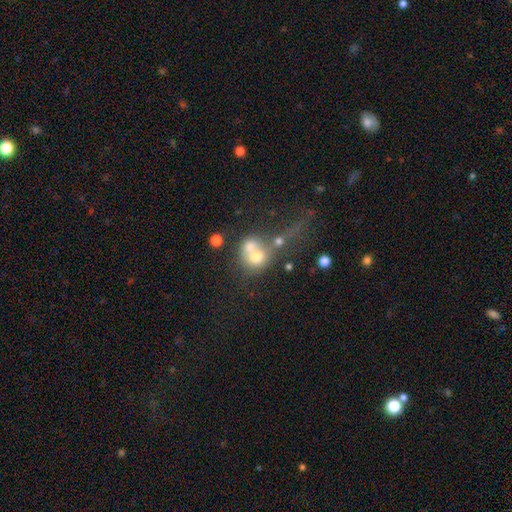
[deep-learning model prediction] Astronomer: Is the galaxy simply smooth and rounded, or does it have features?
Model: smooth — 62%.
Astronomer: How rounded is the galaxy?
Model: round — 76%.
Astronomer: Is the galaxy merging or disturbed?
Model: merger — 60%.